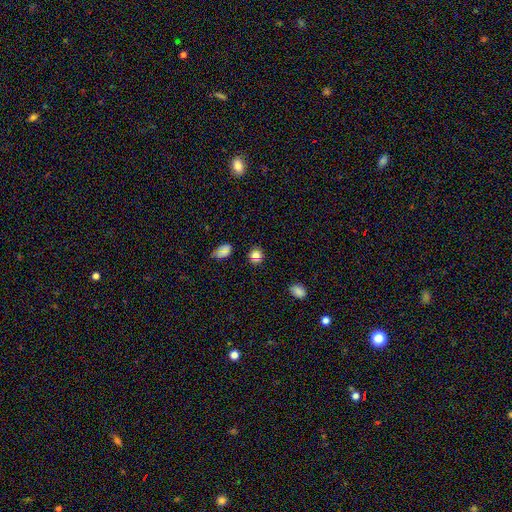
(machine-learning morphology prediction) Overall: smooth (74%). How rounded: round (81%). Merging: none (86%).